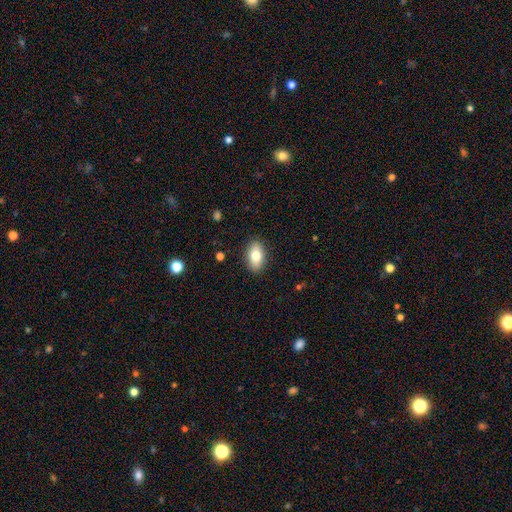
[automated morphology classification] smooth_or_featured: smooth (p=0.79) [alt: featured or disk p=0.13]
how_rounded: in between (p=0.91) [alt: round p=0.06]
merging: none (p=0.88) [alt: minor disturbance p=0.09]